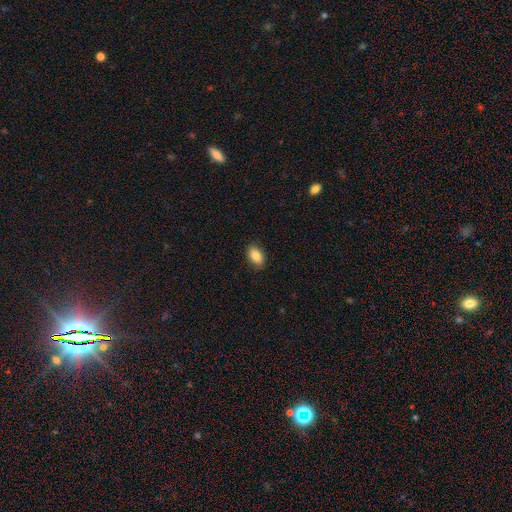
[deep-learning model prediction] Q: Smooth or featured?
A: smooth (87%); runner-up: star or artifact (7%)
Q: How rounded?
A: in between (89%); runner-up: round (9%)
Q: Merging?
A: none (88%); runner-up: minor disturbance (9%)